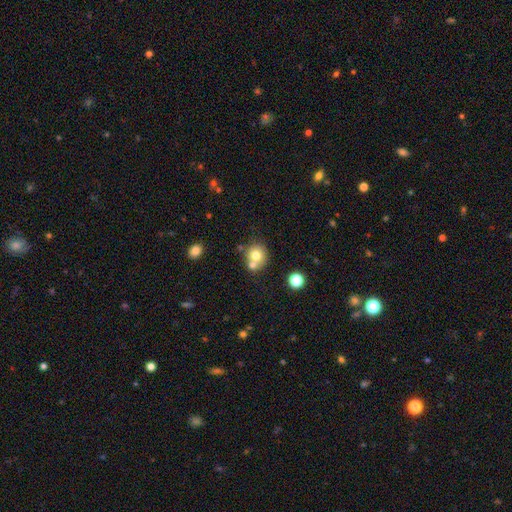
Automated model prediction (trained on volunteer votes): A smooth galaxy with no disk features (72%) that is round (83%). Merging: none (52%).